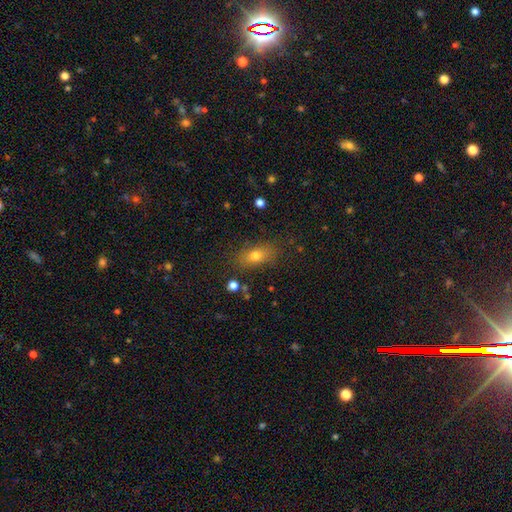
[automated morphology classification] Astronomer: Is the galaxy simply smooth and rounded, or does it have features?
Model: smooth — 73%.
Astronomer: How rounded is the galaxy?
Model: in between — 77%.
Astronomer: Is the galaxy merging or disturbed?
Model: none — 81%.